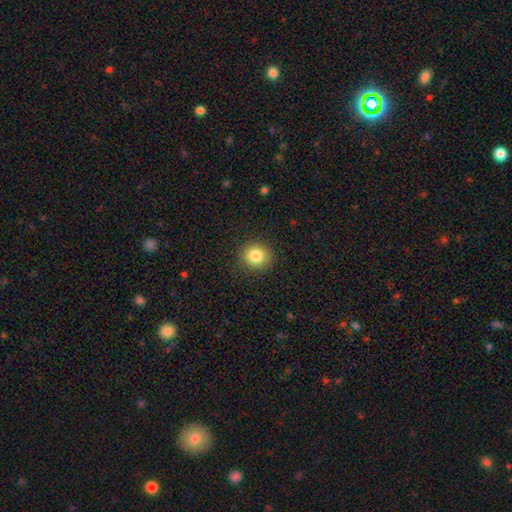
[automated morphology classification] smooth_or_featured: smooth (p=0.84) [alt: star or artifact p=0.10]
how_rounded: round (p=0.86) [alt: in between p=0.13]
merging: none (p=0.89) [alt: minor disturbance p=0.07]